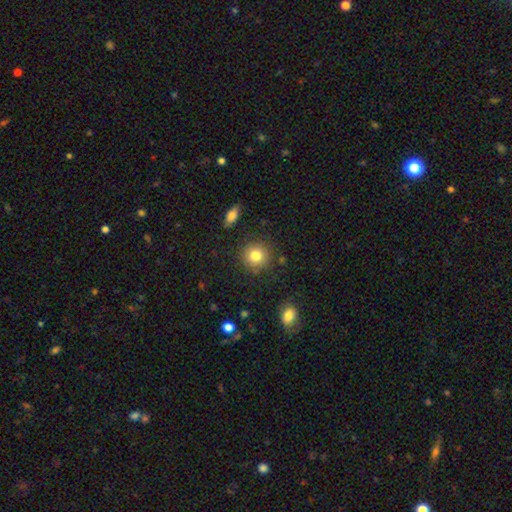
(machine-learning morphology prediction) This appears to be a smooth galaxy with no disk features (82%) that is round (91%). Merging: none (87%).